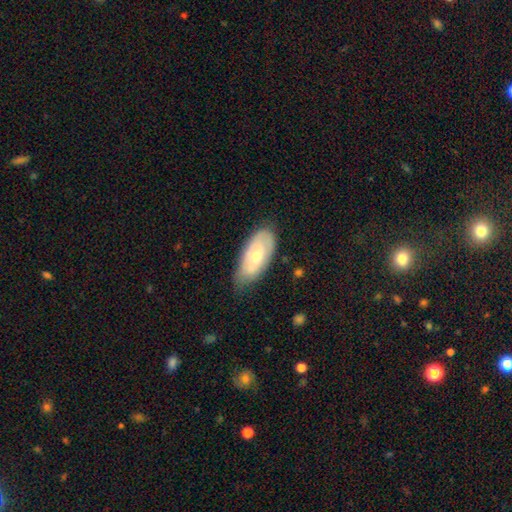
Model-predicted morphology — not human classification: Overall: smooth (54%; featured or disk 40%). How rounded: in between (90%). Merging: none (66%; minor disturbance 27%).